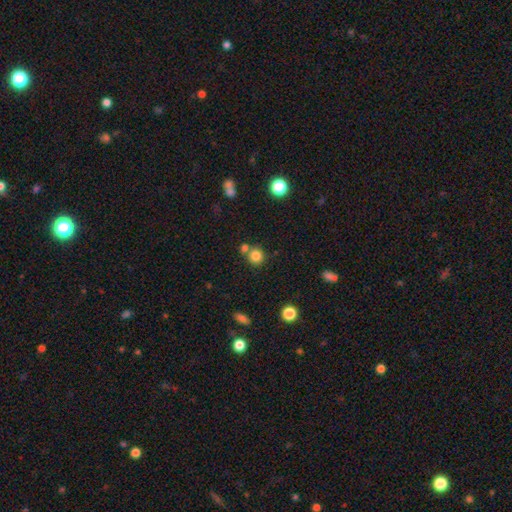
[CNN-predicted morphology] A smooth galaxy with no disk features (82%) that is round (90%).

Vote fractions:
- Smooth or featured? smooth: 82% / star or artifact: 12% / featured or disk: 6%
- How rounded? round: 90% / in between: 9% / cigar-shaped: 1%
- Merging? none: 66% / merger: 22% / minor disturbance: 8% / major disturbance: 3%